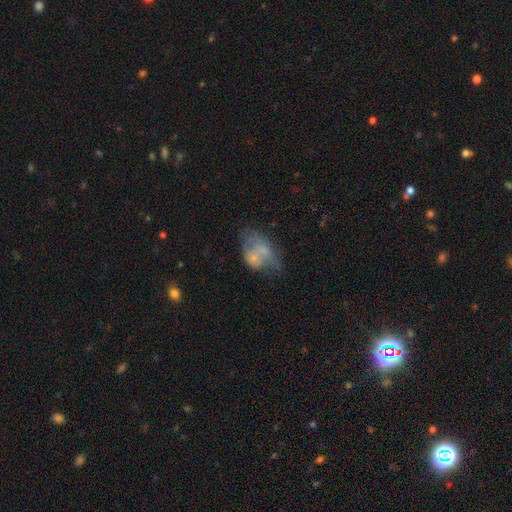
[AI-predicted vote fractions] Q: Smooth or featured?
A: smooth (51%); runner-up: featured or disk (38%)
Q: How rounded?
A: in between (80%); runner-up: round (18%)
Q: Merging?
A: merger (31%); runner-up: major disturbance (25%)